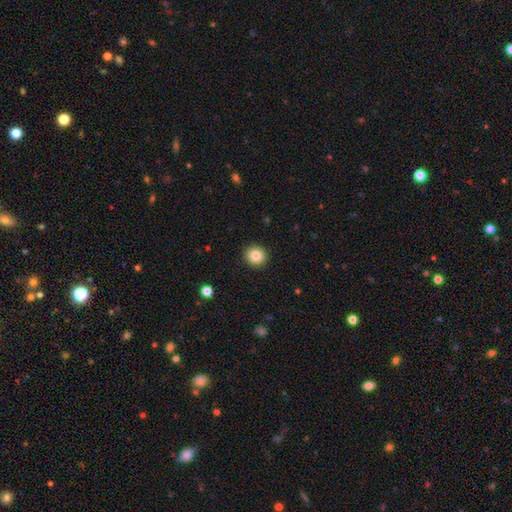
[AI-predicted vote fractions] Smooth or featured?
  - smooth: 84% *
  - star or artifact: 10%
  - featured or disk: 6%
How rounded?
  - round: 90% *
  - in between: 9%
  - cigar-shaped: 1%
Merging?
  - none: 92% *
  - minor disturbance: 5%
  - major disturbance: 2%
  - merger: 1%